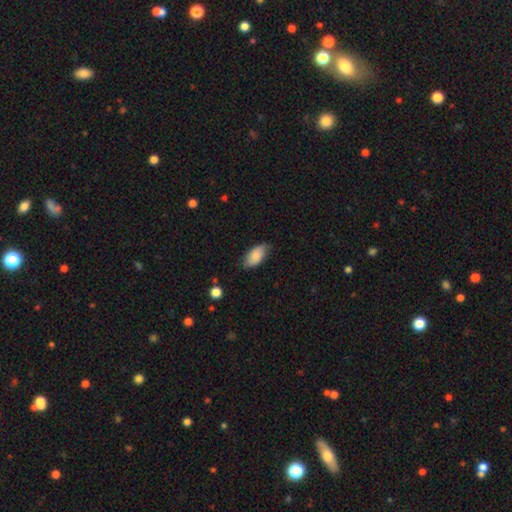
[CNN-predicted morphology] smooth-or-featured: smooth: 81% | featured or disk: 12% | star or artifact: 6%
  how-rounded: in between: 94% | cigar-shaped: 4% | round: 3%
  merging: none: 72% | minor disturbance: 23% | major disturbance: 4% | merger: 1%